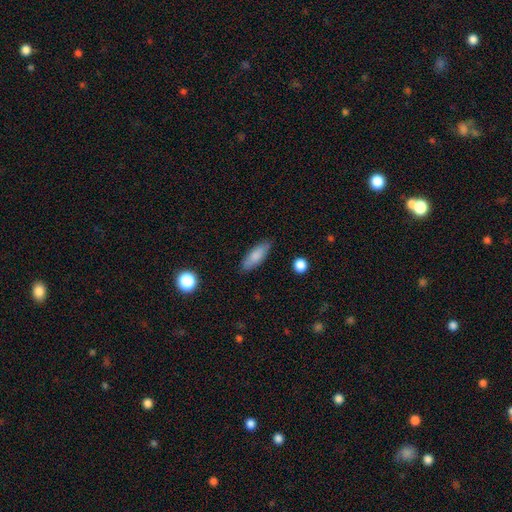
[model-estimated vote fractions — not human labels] Smooth or featured? Predicted: smooth (p=0.81). How rounded? Predicted: in between (p=0.59). Merging? Predicted: none (p=0.84).